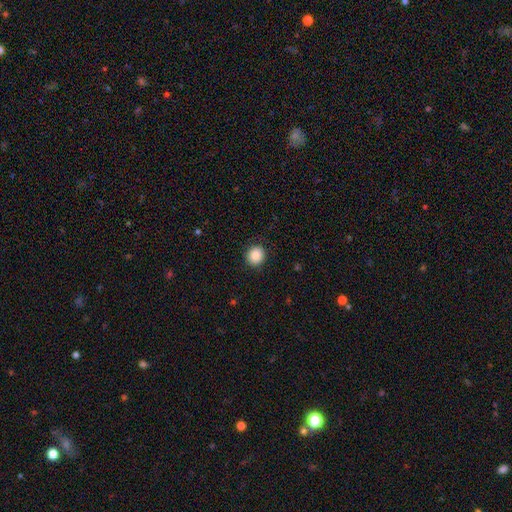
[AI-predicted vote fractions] Smooth or featured? smooth (88%)
How rounded? round (86%)
Merging? none (90%)